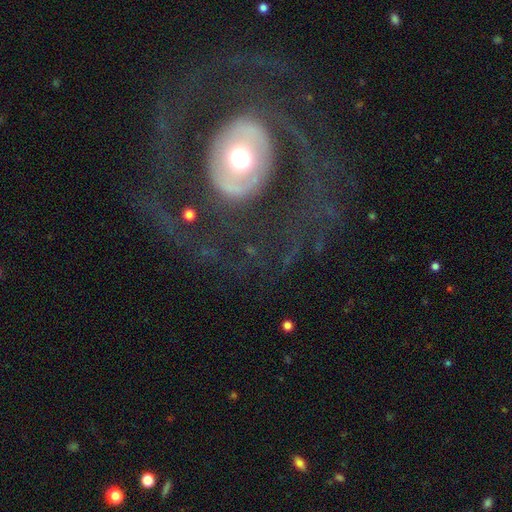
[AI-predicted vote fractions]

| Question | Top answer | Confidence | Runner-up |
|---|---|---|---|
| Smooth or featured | featured or disk | 73% | smooth (19%) |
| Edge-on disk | no | 95% | yes (5%) |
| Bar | no | 67% | weak (19%) |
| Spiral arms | yes | 51% | no (49%) |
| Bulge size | moderate | 58% | large (25%) |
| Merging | none | 77% | major disturbance (12%) |